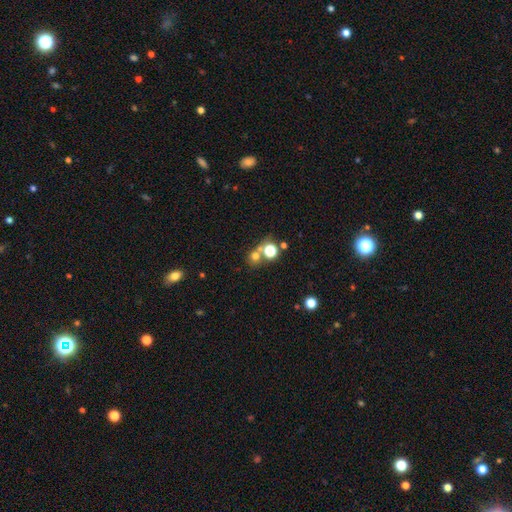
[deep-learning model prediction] Overall: smooth (65%). How rounded: round (84%). Merging: none (54%; merger 34%).